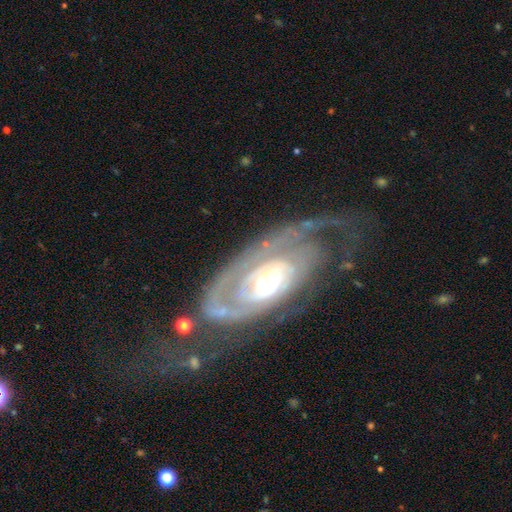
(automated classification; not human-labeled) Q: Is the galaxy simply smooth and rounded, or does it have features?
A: featured or disk — 88%.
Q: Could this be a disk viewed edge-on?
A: no — 94%.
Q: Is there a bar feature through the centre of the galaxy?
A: no — 65%.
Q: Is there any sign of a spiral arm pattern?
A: yes — 91%.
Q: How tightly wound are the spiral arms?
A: tight — 58%.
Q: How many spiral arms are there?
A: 2 — 53%.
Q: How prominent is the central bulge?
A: moderate — 64%.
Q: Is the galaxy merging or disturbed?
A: none — 54%.